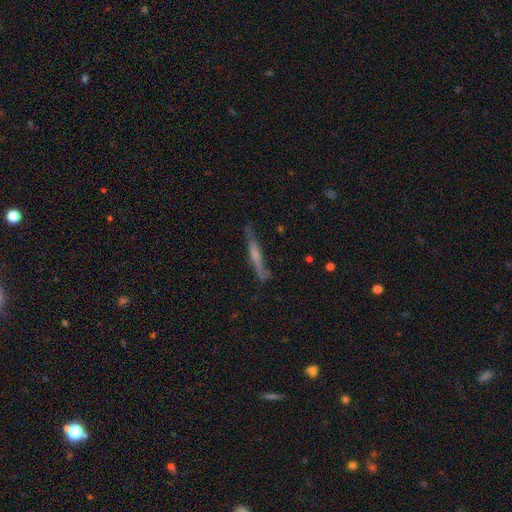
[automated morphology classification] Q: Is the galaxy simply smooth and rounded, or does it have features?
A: featured or disk — 54%.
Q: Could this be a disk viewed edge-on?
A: yes — 92%.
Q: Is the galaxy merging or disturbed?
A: none — 75%.